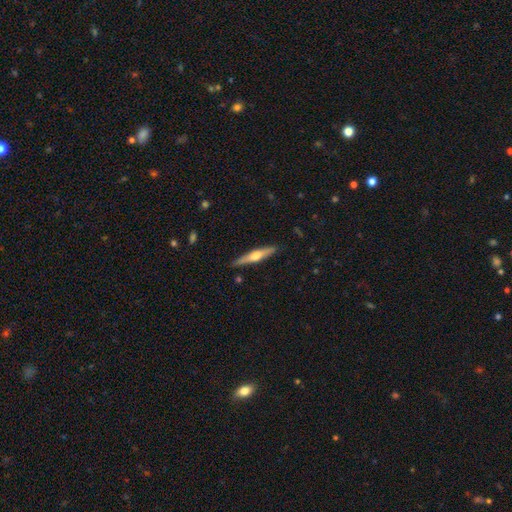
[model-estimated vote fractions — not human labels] smooth_or_featured: featured or disk (p=0.61) [alt: smooth p=0.34]
disk_edge_on: yes (p=0.97) [alt: no p=0.03]
edge_on_bulge: rounded (p=0.91) [alt: none p=0.05]
merging: none (p=0.89) [alt: minor disturbance p=0.08]